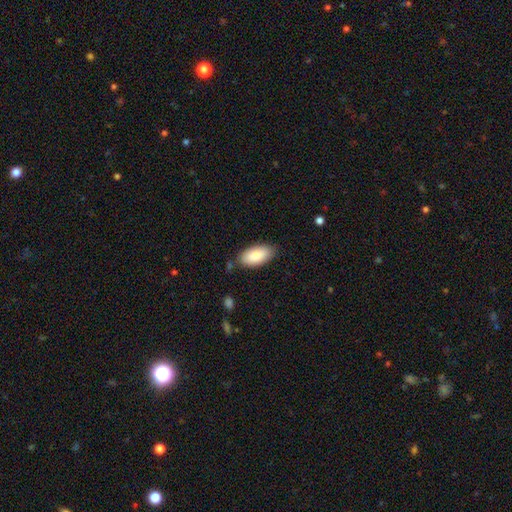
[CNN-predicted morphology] Smooth or featured?
  - smooth: 86% *
  - featured or disk: 8%
  - star or artifact: 6%
How rounded?
  - in between: 93% *
  - cigar-shaped: 5%
  - round: 2%
Merging?
  - none: 81% *
  - minor disturbance: 14%
  - major disturbance: 3%
  - merger: 2%